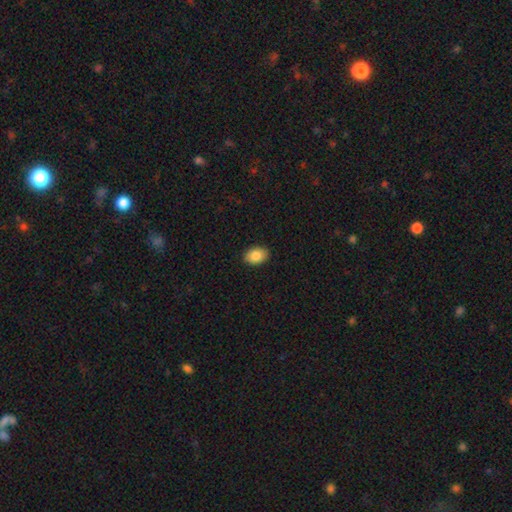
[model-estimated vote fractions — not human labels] Overall: smooth (86%). How rounded: in between (84%). Merging: none (90%).